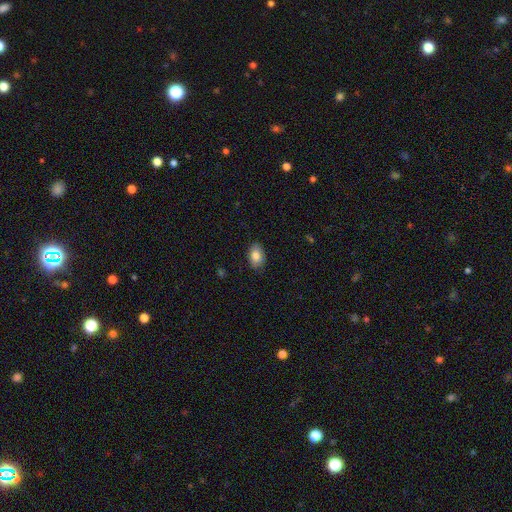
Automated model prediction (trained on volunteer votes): The model was most divided on "merging": none: 85%, minor disturbance: 12%, major disturbance: 2%, merger: 1%. More confident: how rounded — in between (87%); smooth or featured — smooth (85%).